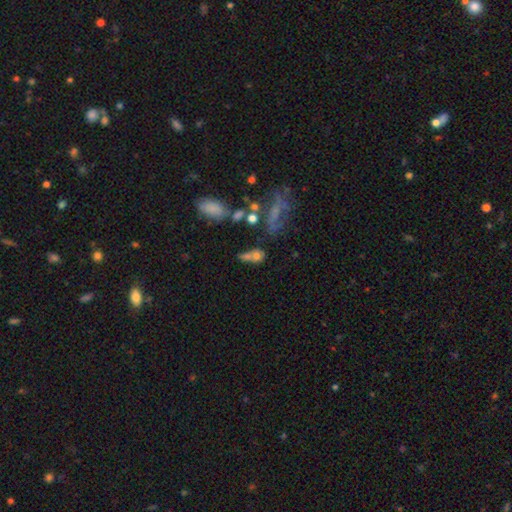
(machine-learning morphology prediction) type=smooth (65%); roundness=in between (52%); merging=merger (44%).